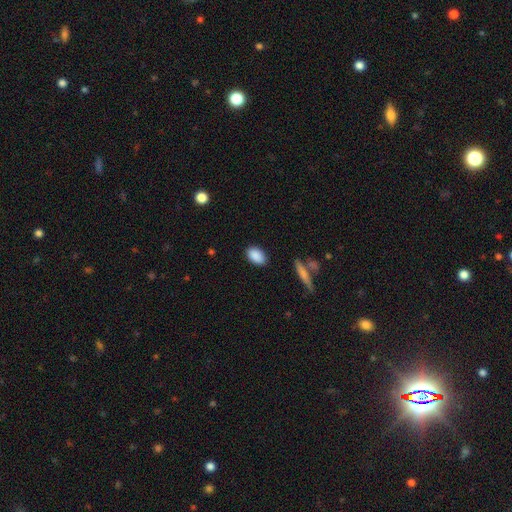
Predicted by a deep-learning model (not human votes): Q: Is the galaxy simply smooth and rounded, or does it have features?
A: smooth — 89%.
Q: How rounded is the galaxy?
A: in between — 89%.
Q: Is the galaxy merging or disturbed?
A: none — 86%.